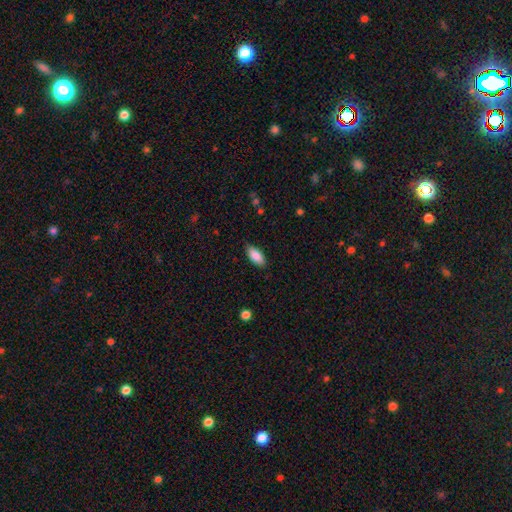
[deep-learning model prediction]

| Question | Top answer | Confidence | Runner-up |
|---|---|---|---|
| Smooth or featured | smooth | 86% | featured or disk (7%) |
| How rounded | in between | 88% | cigar-shaped (10%) |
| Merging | none | 84% | minor disturbance (13%) |